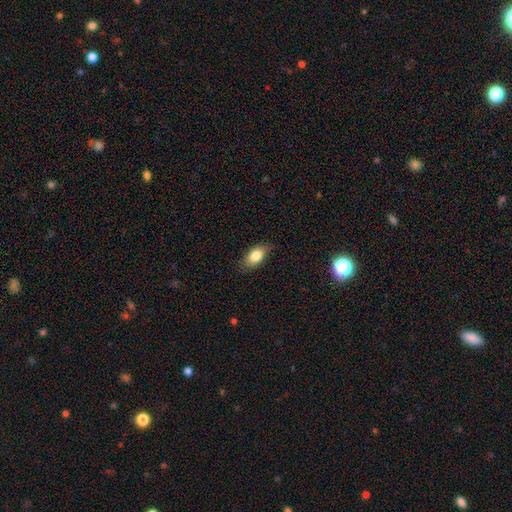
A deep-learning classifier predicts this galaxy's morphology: This is clearly a smooth galaxy (83%). How rounded: clearly in between (90%). Merging: clearly none (83%).